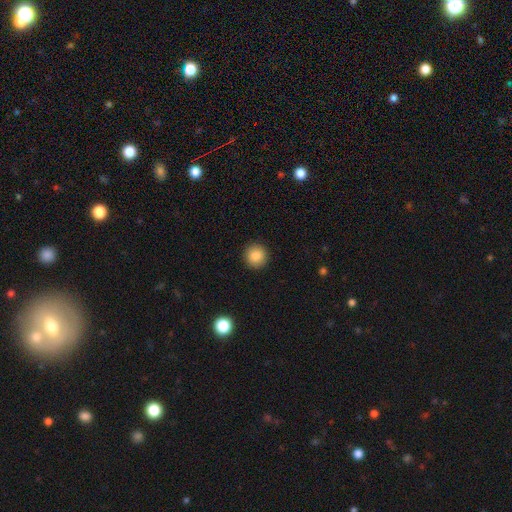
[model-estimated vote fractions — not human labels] A smooth galaxy with no disk features (85%) that is round (95%). Merging: none (93%).